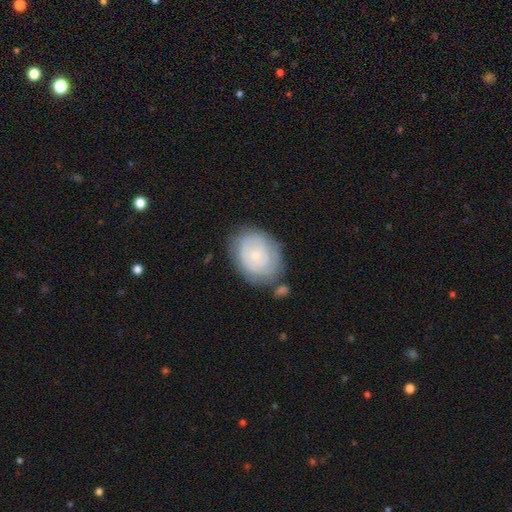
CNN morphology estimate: This appears to be a featured or disk galaxy (52%) with no bar (81%), spiral arms (66%) and a small central bulge (72%). Merging: none (67%).